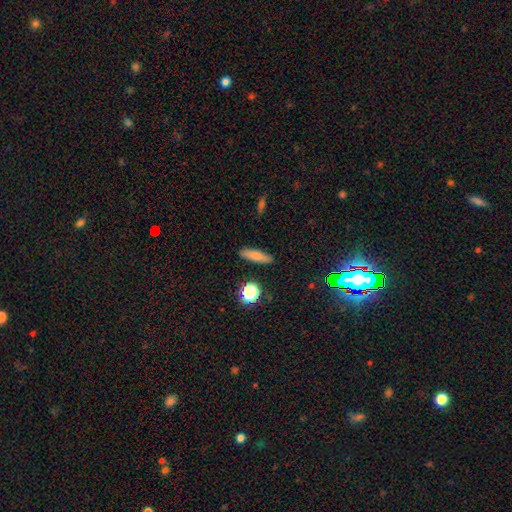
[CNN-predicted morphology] Q: Smooth or featured?
A: smooth (77%); runner-up: featured or disk (13%)
Q: How rounded?
A: cigar-shaped (66%); runner-up: in between (29%)
Q: Merging?
A: none (88%); runner-up: minor disturbance (8%)